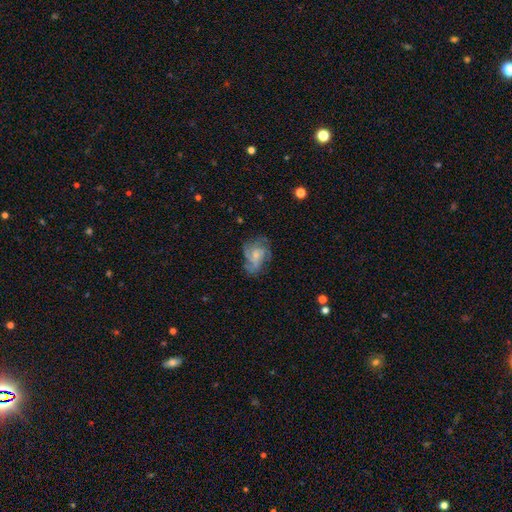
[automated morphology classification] Smooth or featured?
  - featured or disk: 73% *
  - smooth: 19%
  - star or artifact: 8%
Edge-on disk?
  - no: 98% *
  - yes: 2%
Bar?
  - no: 66% *
  - weak: 30%
  - strong: 4%
Spiral arms?
  - yes: 91% *
  - no: 9%
Spiral winding?
  - medium: 45% *
  - tight: 38%
  - loose: 18%
Spiral arm count?
  - 3: 30% *
  - can't tell: 26%
  - 4: 19%
  - 2: 14%
  - more than 4: 6%
  - 1: 6%
Bulge size?
  - small: 54% *
  - moderate: 31%
  - none: 12%
  - large: 3%
  - dominant: 1%
Merging?
  - none: 62% *
  - minor disturbance: 22%
  - major disturbance: 14%
  - merger: 2%